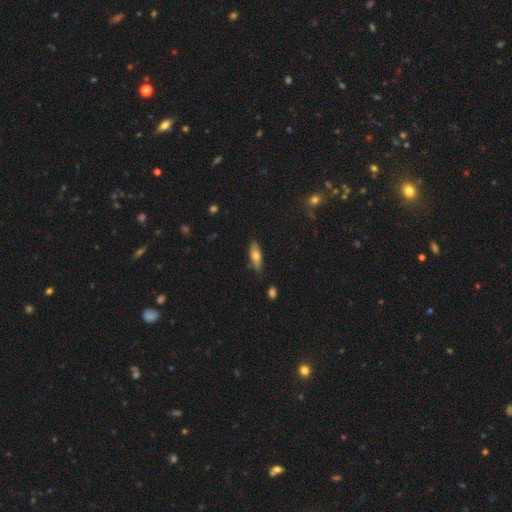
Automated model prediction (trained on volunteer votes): This is likely a smooth galaxy (65%). How rounded: possibly in between (52%). Merging: likely none (80%).